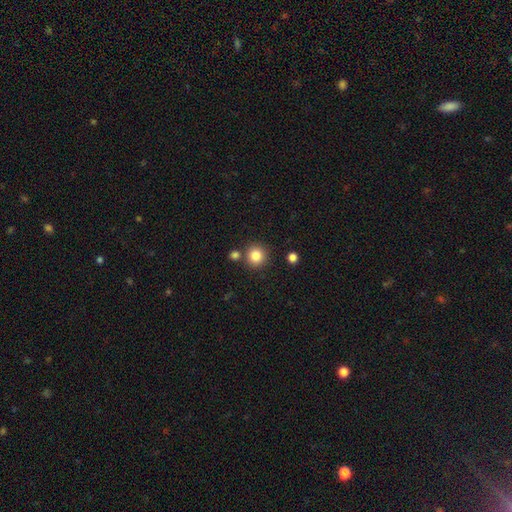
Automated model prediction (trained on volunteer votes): smooth-or-featured: smooth: 84% | star or artifact: 11% | featured or disk: 5%
  how-rounded: round: 93% | in between: 6% | cigar-shaped: 1%
  merging: none: 82% | merger: 9% | minor disturbance: 7% | major disturbance: 2%